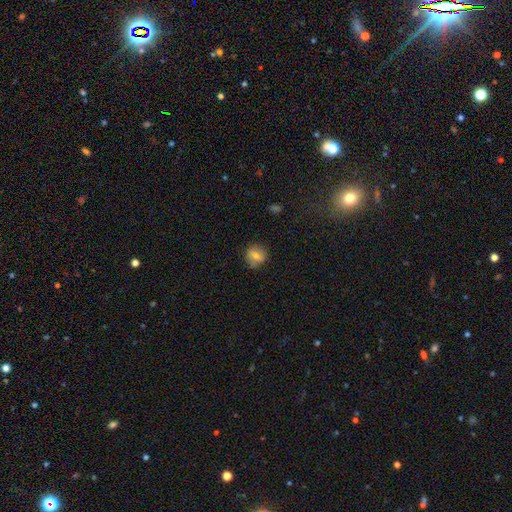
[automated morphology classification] Q: Smooth or featured?
A: smooth (63%); runner-up: featured or disk (26%)
Q: How rounded?
A: round (81%); runner-up: in between (17%)
Q: Merging?
A: none (80%); runner-up: minor disturbance (15%)